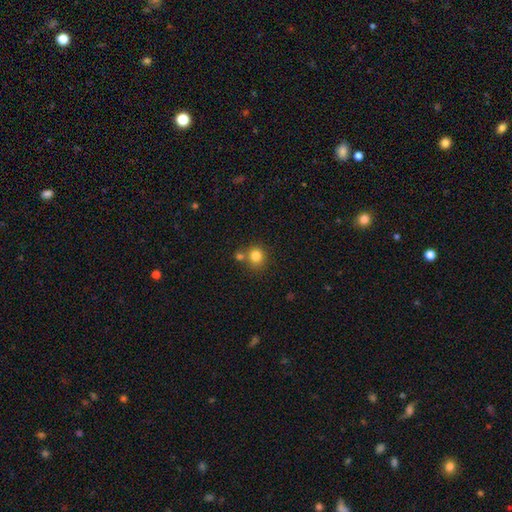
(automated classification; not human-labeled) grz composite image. It shows a smooth galaxy with no disk features (81%) that is round (86%). Merging: none (65%).